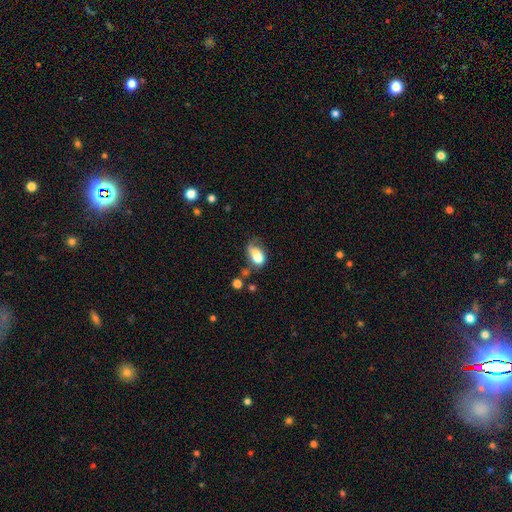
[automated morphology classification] Smooth or featured? Predicted: smooth (p=0.66). How rounded? Predicted: in between (p=0.72). Merging? Predicted: major disturbance (p=0.32).